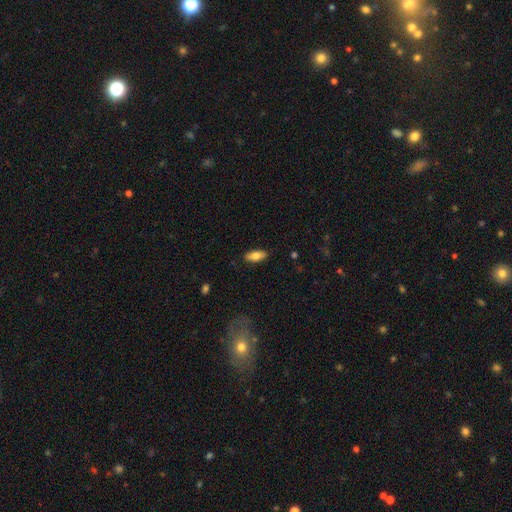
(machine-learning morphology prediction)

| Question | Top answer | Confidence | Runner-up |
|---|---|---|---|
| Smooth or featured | smooth | 78% | featured or disk (15%) |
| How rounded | in between | 83% | cigar-shaped (15%) |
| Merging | none | 88% | minor disturbance (9%) |